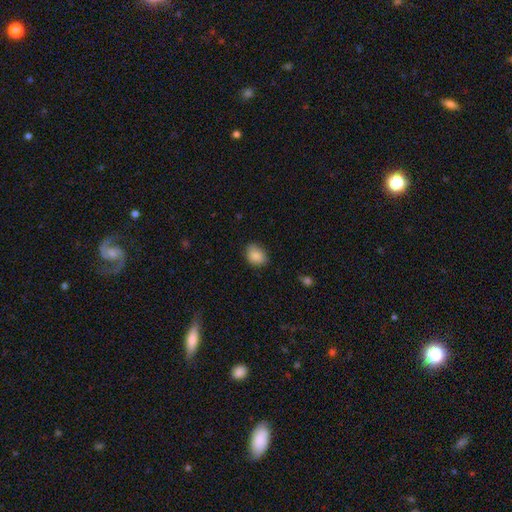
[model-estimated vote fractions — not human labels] Smooth or featured? Predicted: smooth (p=0.87). How rounded? Predicted: in between (p=0.63). Merging? Predicted: none (p=0.76).